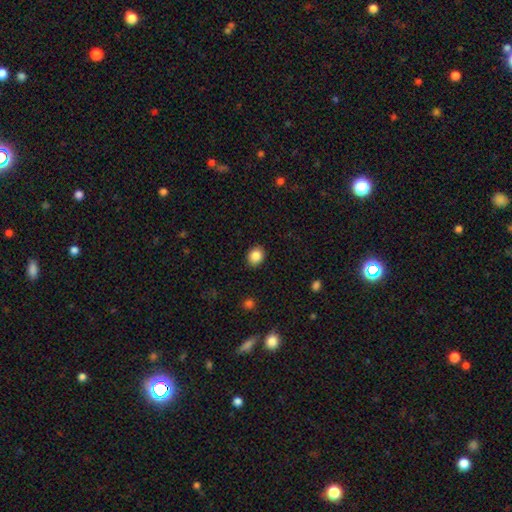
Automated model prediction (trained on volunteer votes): Smooth or featured: smooth — 86% (star or artifact — 9%)
How rounded: round — 62% (in between — 37%)
Merging: none — 90% (minor disturbance — 7%)